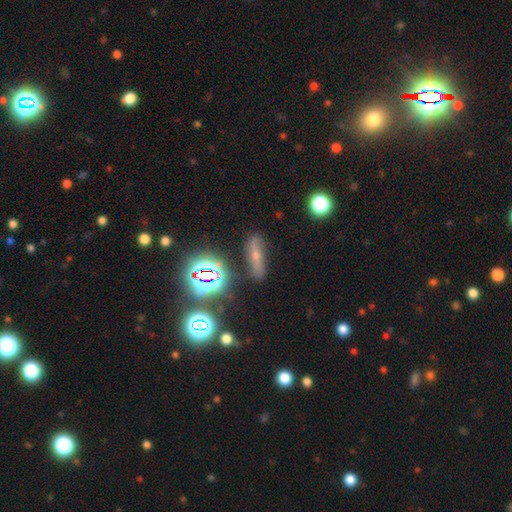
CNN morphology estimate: Q: Smooth or featured?
A: smooth (40%); runner-up: featured or disk (36%)
Q: Merging?
A: none (77%); runner-up: minor disturbance (15%)